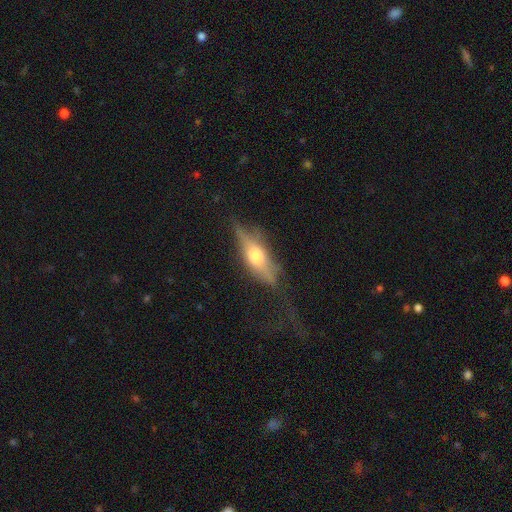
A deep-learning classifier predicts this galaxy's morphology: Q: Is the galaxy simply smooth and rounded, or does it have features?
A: featured or disk — 53%.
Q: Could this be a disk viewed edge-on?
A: yes — 82%.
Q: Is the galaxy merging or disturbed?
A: none — 62%.